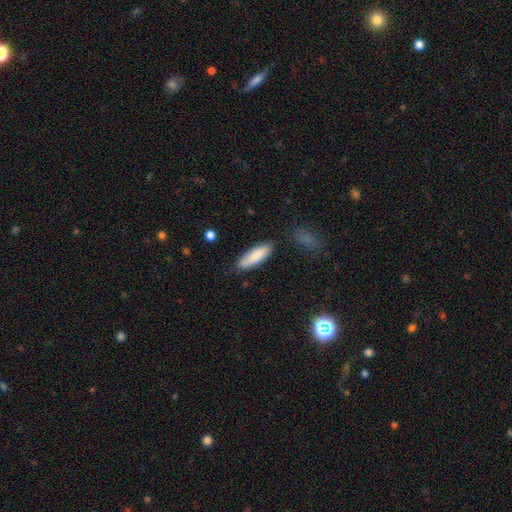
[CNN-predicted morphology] smooth-or-featured: smooth: 82% | featured or disk: 12% | star or artifact: 6%
  how-rounded: in between: 51% | cigar-shaped: 47% | round: 2%
  merging: none: 78% | minor disturbance: 16% | major disturbance: 3% | merger: 3%